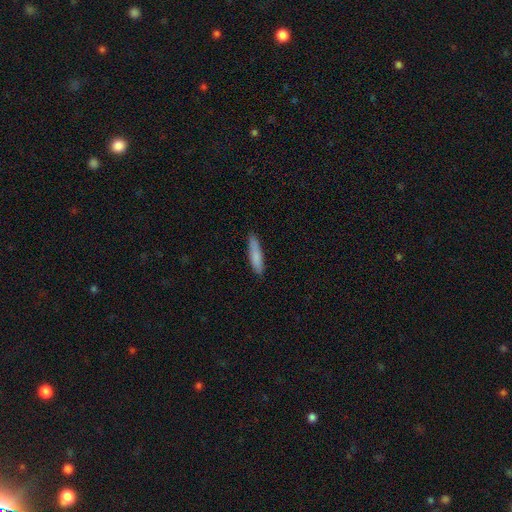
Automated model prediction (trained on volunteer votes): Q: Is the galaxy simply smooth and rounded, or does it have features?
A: smooth — 83%.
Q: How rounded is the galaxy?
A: cigar-shaped — 80%.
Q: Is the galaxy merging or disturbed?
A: none — 85%.